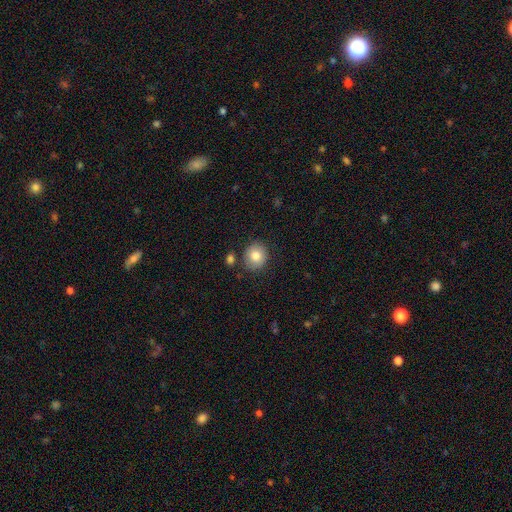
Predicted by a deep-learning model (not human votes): This is clearly a smooth galaxy (83%). How rounded: likely round (77%). Merging: clearly none (82%).